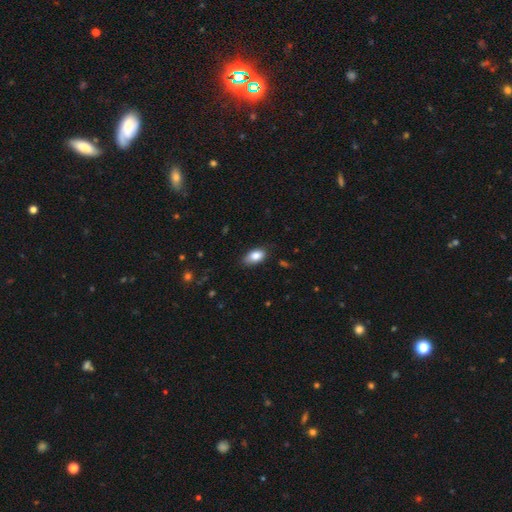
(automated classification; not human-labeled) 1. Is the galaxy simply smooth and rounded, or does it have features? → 85% smooth, 8% featured or disk, 7% star or artifact.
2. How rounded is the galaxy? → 92% in between, 5% round, 3% cigar-shaped.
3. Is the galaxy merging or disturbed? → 78% none, 18% minor disturbance, 3% major disturbance, 1% merger.